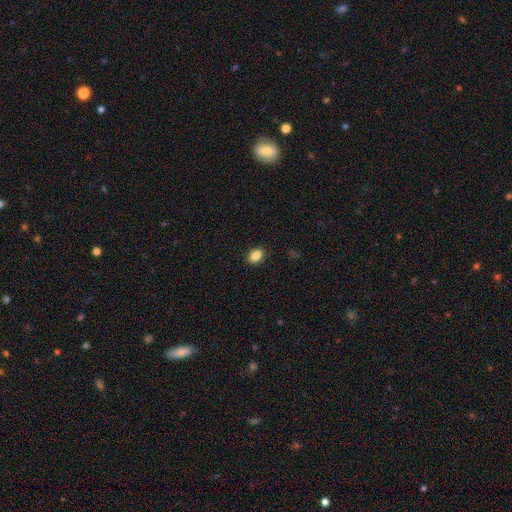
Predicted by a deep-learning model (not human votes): Q: Smooth or featured?
A: smooth (87%); runner-up: star or artifact (8%)
Q: How rounded?
A: in between (85%); runner-up: round (13%)
Q: Merging?
A: none (88%); runner-up: minor disturbance (9%)